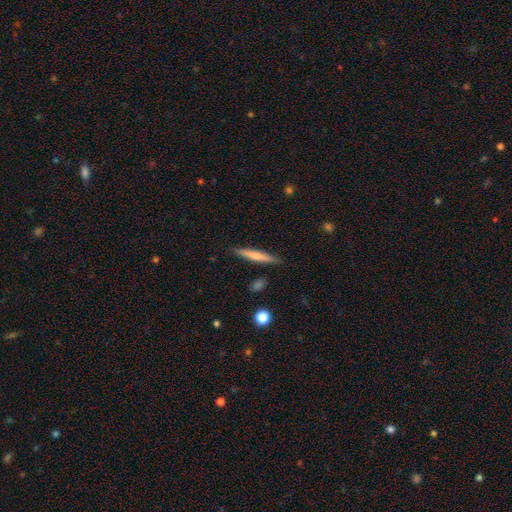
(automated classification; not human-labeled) Overall: smooth (62%; featured or disk 32%). How rounded: cigar-shaped (94%). Merging: none (87%).